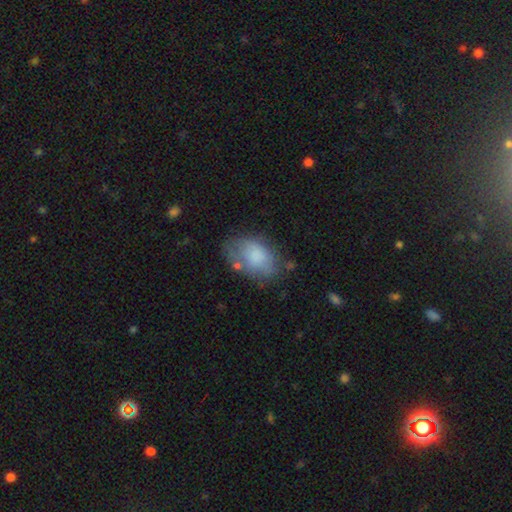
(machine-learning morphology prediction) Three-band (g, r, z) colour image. It shows a smooth galaxy with no disk features (76%) that is in between round and cigar-shaped (87%). Merging: none (55%).